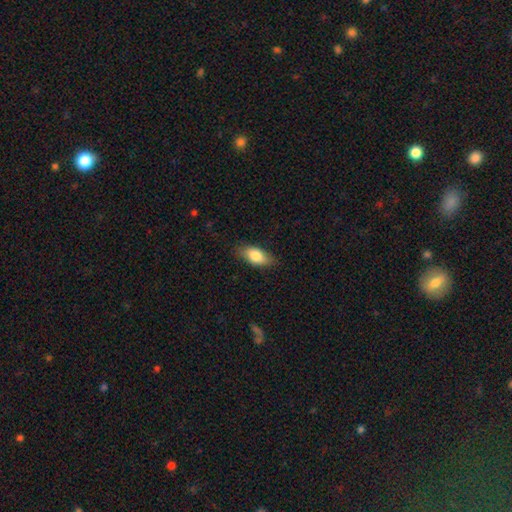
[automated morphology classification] Overall: smooth (80%). How rounded: in between (86%). Merging: none (82%).